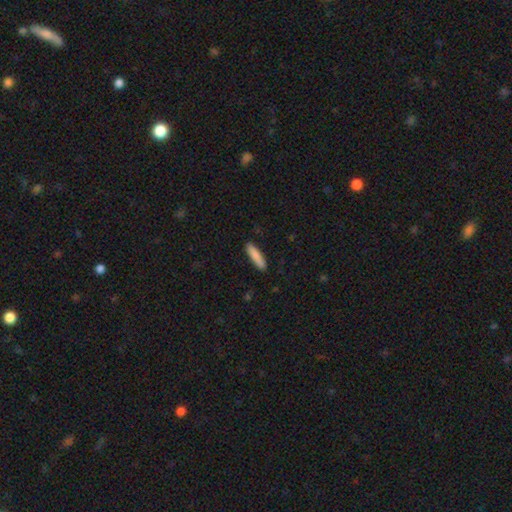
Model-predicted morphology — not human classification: Smooth or featured?
  - smooth: 86% *
  - featured or disk: 8%
  - star or artifact: 6%
How rounded?
  - cigar-shaped: 79% *
  - in between: 19%
  - round: 1%
Merging?
  - none: 89% *
  - minor disturbance: 8%
  - major disturbance: 2%
  - merger: 1%